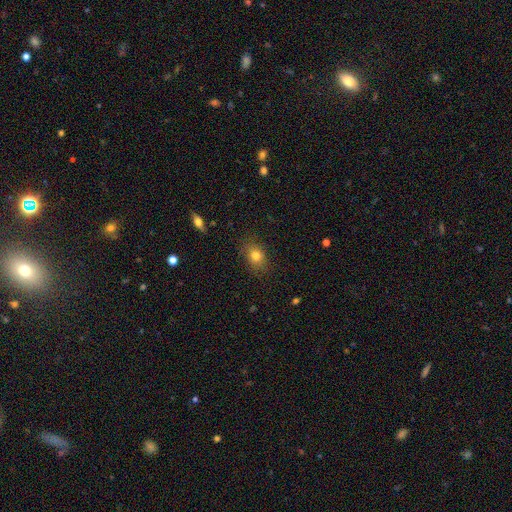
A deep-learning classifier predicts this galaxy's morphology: Smooth or featured? Predicted: smooth (p=0.78). How rounded? Predicted: in between (p=0.60). Merging? Predicted: none (p=0.82).